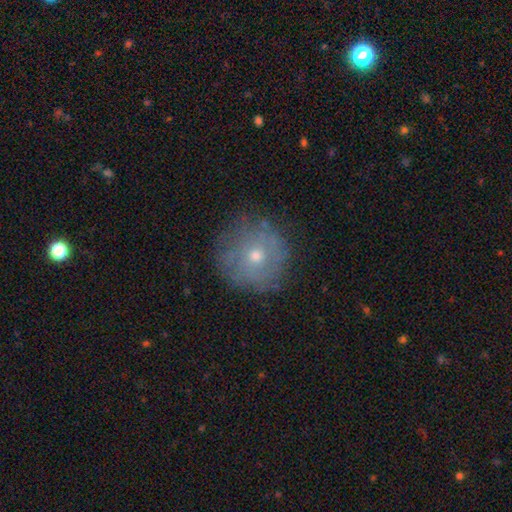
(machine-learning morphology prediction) Smooth or featured? smooth (47%)
Merging? none (77%)